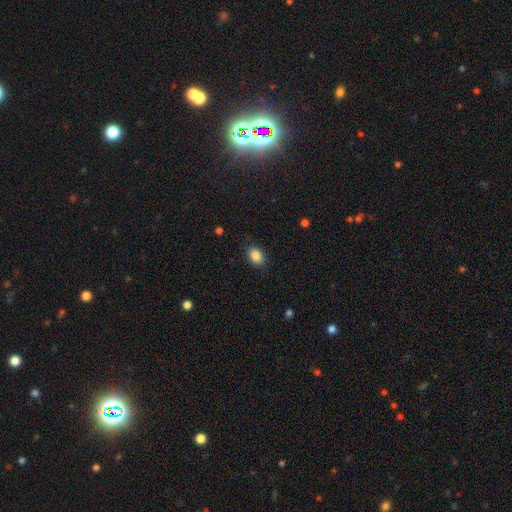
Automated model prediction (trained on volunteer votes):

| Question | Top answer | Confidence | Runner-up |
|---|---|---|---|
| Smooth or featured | smooth | 88% | star or artifact (9%) |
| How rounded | in between | 78% | round (21%) |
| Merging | none | 86% | minor disturbance (10%) |